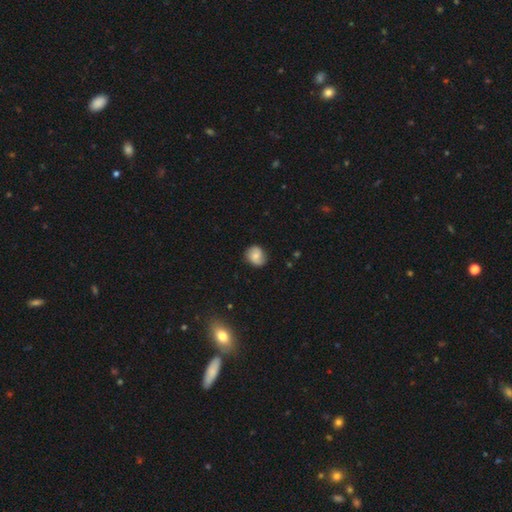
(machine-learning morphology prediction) A smooth galaxy with no disk features (58%) that is round (72%). Merging: none (79%).